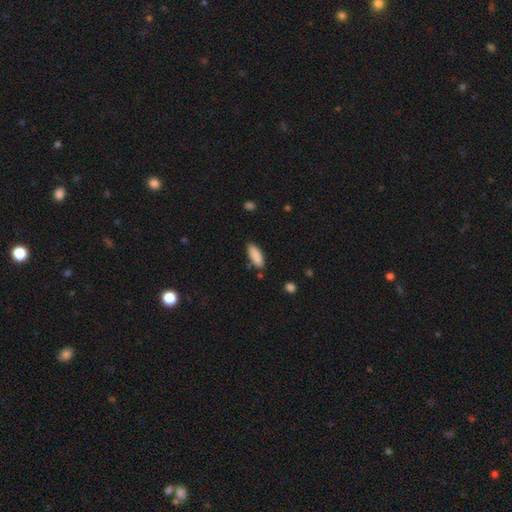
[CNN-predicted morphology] This is clearly a smooth galaxy (89%). How rounded: likely in between (69%). Merging: clearly none (83%).